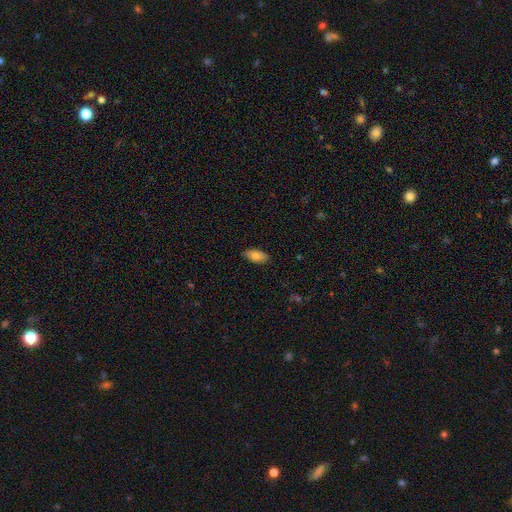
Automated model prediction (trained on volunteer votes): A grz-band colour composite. It shows a smooth galaxy with no disk features (79%) that is in between round and cigar-shaped (91%). Merging: none (85%).